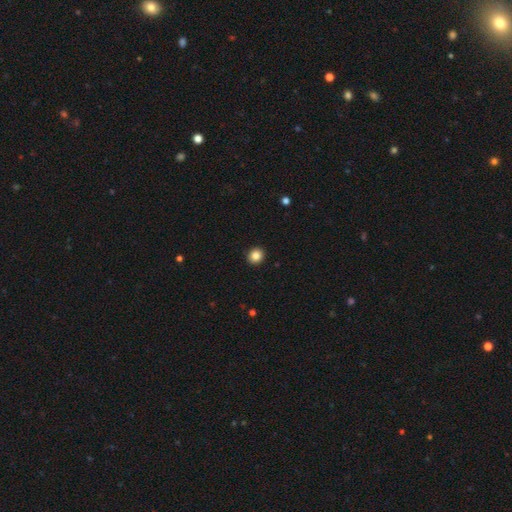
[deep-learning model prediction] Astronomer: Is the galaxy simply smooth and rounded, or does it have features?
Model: smooth — 85%.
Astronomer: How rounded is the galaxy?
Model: round — 87%.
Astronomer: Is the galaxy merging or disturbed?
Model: none — 93%.